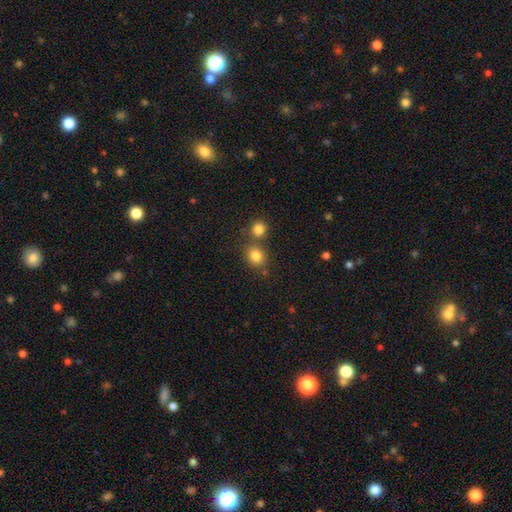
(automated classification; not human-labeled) smooth-or-featured: smooth: 82% | star or artifact: 12% | featured or disk: 6%
  how-rounded: round: 73% | in between: 26% | cigar-shaped: 1%
  merging: none: 62% | merger: 25% | minor disturbance: 9% | major disturbance: 3%